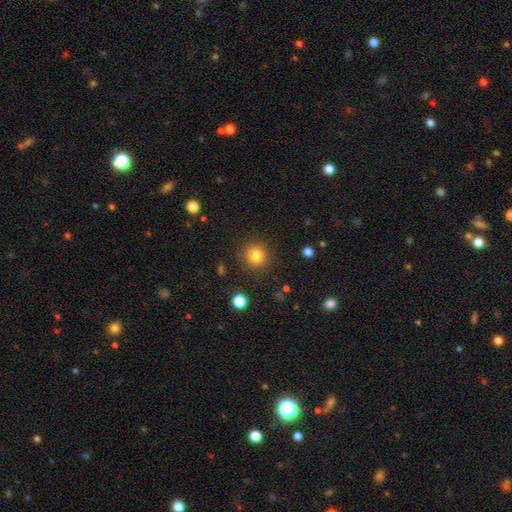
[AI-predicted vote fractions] This is clearly a smooth galaxy (83%). How rounded: clearly round (90%). Merging: clearly none (88%).